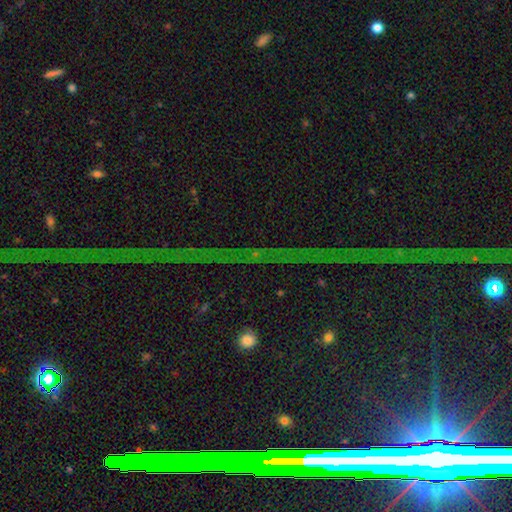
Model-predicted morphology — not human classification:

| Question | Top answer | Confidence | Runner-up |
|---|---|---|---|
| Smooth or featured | star or artifact | 79% | featured or disk (13%) |